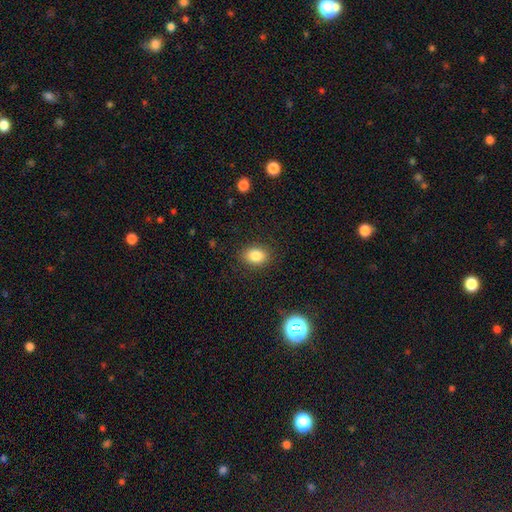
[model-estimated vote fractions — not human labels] The model was most divided on "how rounded": in between: 63%, round: 36%, cigar-shaped: 1%. More confident: merging — none (87%); smooth or featured — smooth (83%).